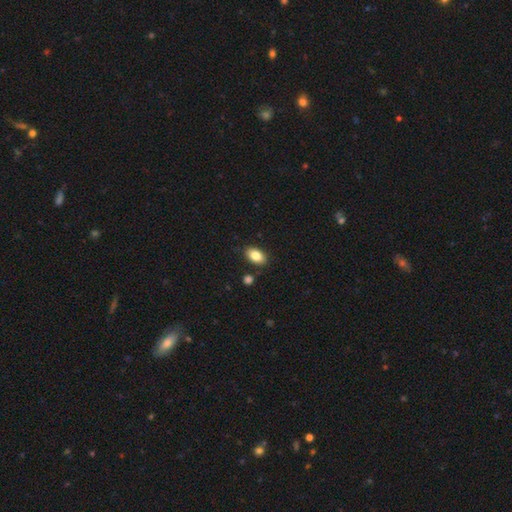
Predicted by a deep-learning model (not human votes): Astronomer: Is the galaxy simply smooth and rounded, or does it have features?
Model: smooth — 84%.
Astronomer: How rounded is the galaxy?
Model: in between — 91%.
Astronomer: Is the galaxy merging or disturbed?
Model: none — 85%.